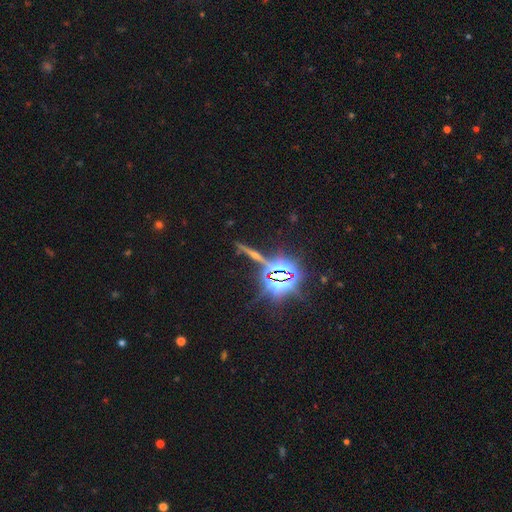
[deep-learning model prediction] A star or artifact, not a galaxy (53%).

Vote fractions:
- Smooth or featured? star or artifact: 53% / featured or disk: 31% / smooth: 16%